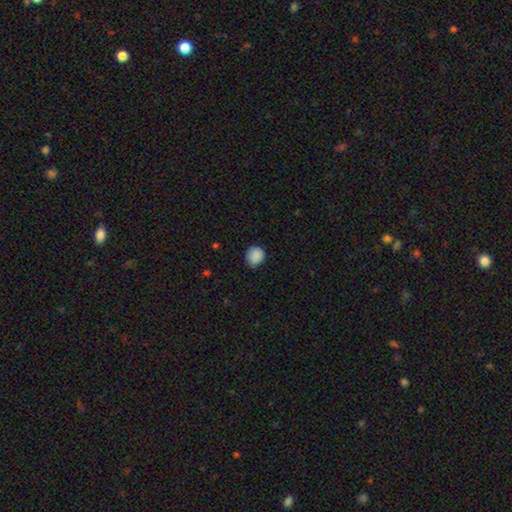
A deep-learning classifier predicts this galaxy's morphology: smooth_or_featured: smooth (p=0.88) [alt: star or artifact p=0.08]
how_rounded: round (p=0.71) [alt: in between p=0.28]
merging: none (p=0.78) [alt: minor disturbance p=0.18]